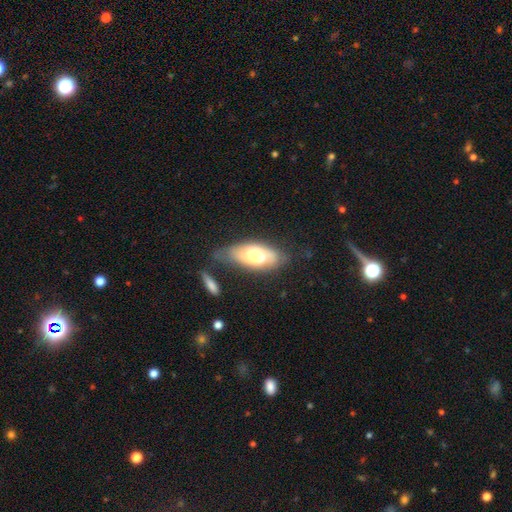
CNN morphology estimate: Overall: smooth (52%; featured or disk 41%). How rounded: in between (84%). Merging: none (43%; minor disturbance 31%).